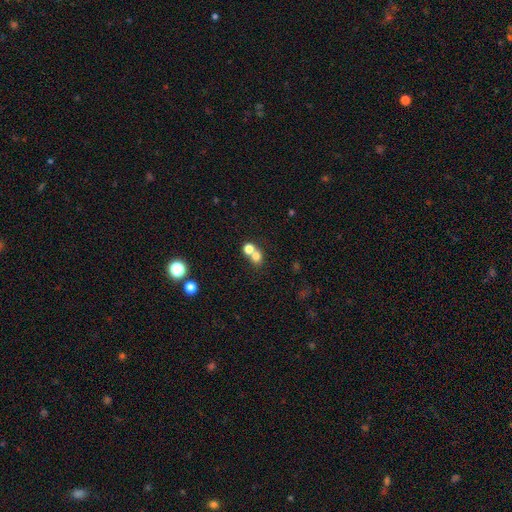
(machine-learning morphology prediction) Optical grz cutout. It shows a smooth galaxy with no disk features (74%) that is round (74%). Merging: merger (54%).